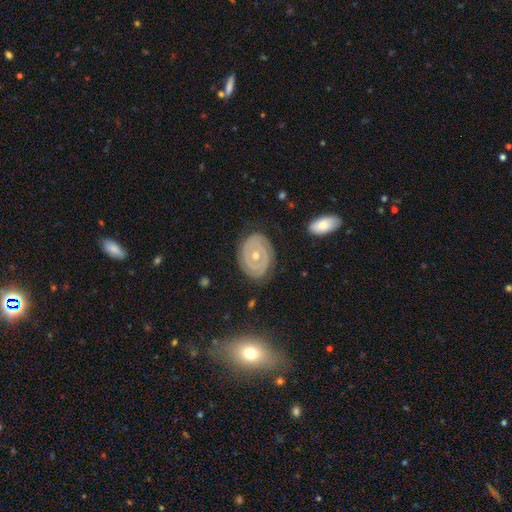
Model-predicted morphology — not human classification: Smooth or featured?
  - featured or disk: 81% *
  - smooth: 13%
  - star or artifact: 6%
Edge-on disk?
  - no: 96% *
  - yes: 4%
Bar?
  - no: 71% *
  - weak: 21%
  - strong: 8%
Spiral arms?
  - yes: 81% *
  - no: 19%
Spiral winding?
  - tight: 80% *
  - medium: 16%
  - loose: 4%
Spiral arm count?
  - 2: 57% *
  - can't tell: 24%
  - 3: 9%
  - 1: 5%
  - 4: 3%
  - more than 4: 3%
Bulge size?
  - moderate: 50% *
  - small: 47%
  - large: 1%
  - none: 1%
  - dominant: 1%
Merging?
  - none: 79% *
  - minor disturbance: 14%
  - major disturbance: 5%
  - merger: 2%